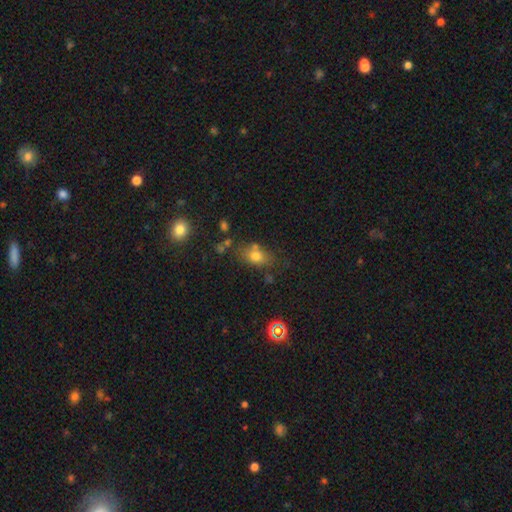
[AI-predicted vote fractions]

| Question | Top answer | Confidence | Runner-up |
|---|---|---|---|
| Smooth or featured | smooth | 72% | star or artifact (15%) |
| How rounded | in between | 67% | round (31%) |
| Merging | none | 61% | minor disturbance (18%) |